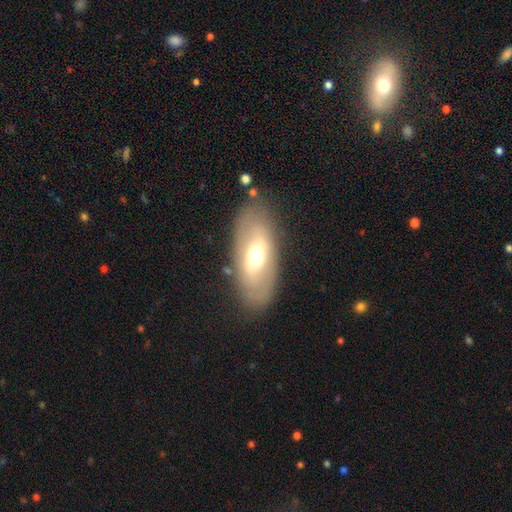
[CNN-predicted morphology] type=featured or disk (47%); merging=none (80%).